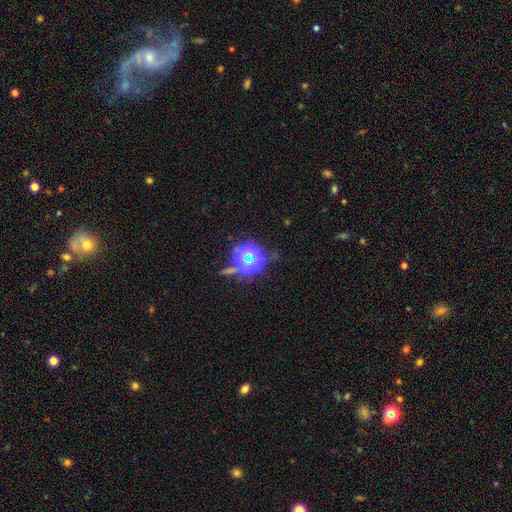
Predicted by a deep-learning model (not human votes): Smooth or featured: star or artifact — 66% (smooth — 24%)